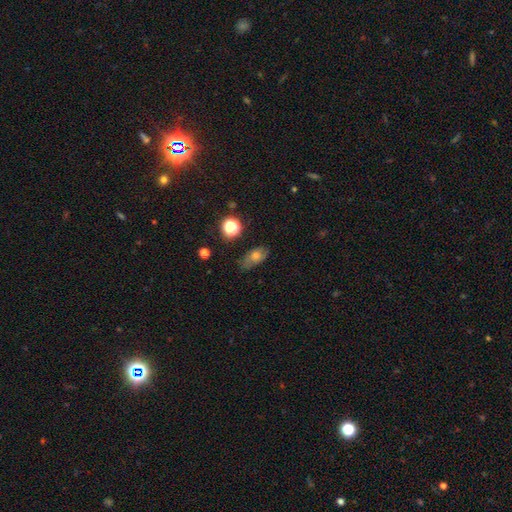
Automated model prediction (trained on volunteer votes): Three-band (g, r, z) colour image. It shows a smooth galaxy with no disk features (52%) that is in between round and cigar-shaped (81%). Merging: none (69%).